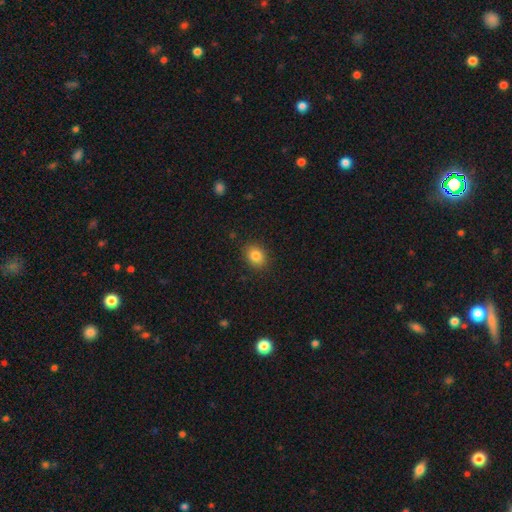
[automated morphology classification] smooth_or_featured: smooth (p=0.84) [alt: star or artifact p=0.10]
how_rounded: in between (p=0.52) [alt: round p=0.47]
merging: none (p=0.88) [alt: minor disturbance p=0.09]